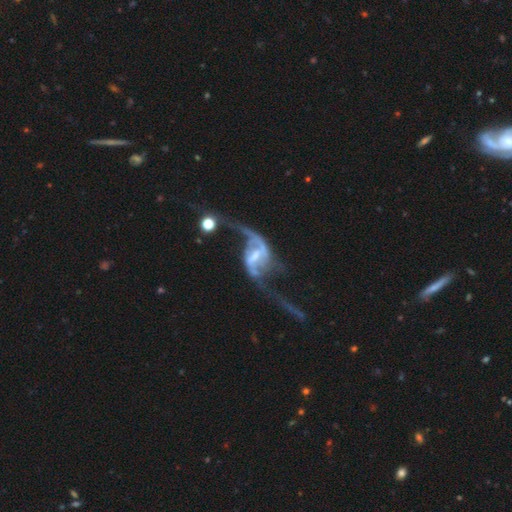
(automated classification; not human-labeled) Smooth or featured? Predicted: featured or disk (p=0.89). Edge-on disk? Predicted: no (p=0.96). Bar? Predicted: strong (p=0.47). Spiral arms? Predicted: yes (p=0.93). Spiral winding? Predicted: loose (p=0.82). Spiral arm count? Predicted: 2 (p=0.92). Bulge size? Predicted: small (p=0.36). Merging? Predicted: major disturbance (p=0.37).